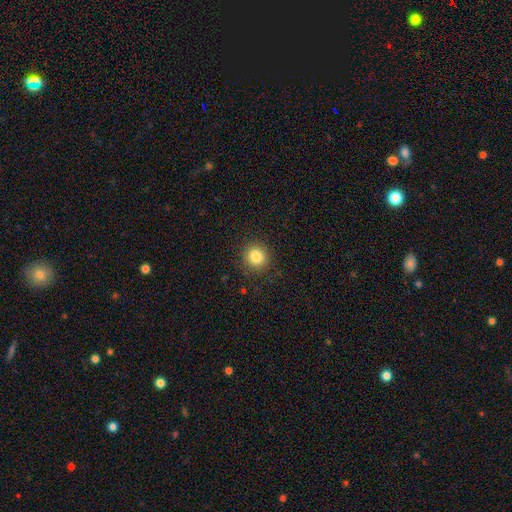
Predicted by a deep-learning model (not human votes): Smooth or featured? Predicted: smooth (p=0.83). How rounded? Predicted: round (p=0.91). Merging? Predicted: none (p=0.90).